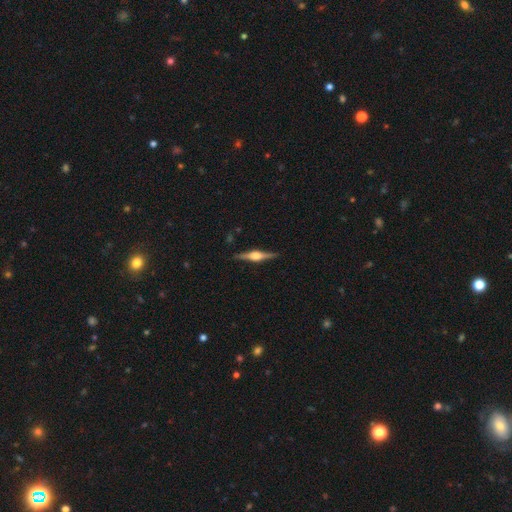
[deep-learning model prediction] Overall: featured or disk (82%). Edge-on disk: yes (98%). Edge-on bulge: rounded (91%). Merging: none (90%).